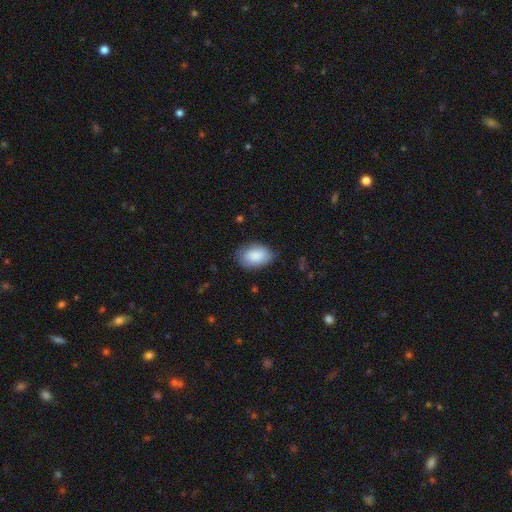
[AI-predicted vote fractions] This appears to be a smooth galaxy with no disk features (86%) that is in between round and cigar-shaped (90%). Merging: none (75%).